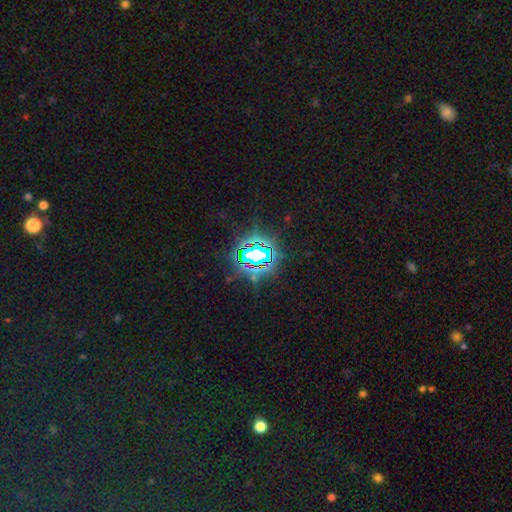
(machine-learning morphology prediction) A star or artifact, not a galaxy (77%).

Vote fractions:
- Smooth or featured? star or artifact: 77% / smooth: 12% / featured or disk: 11%